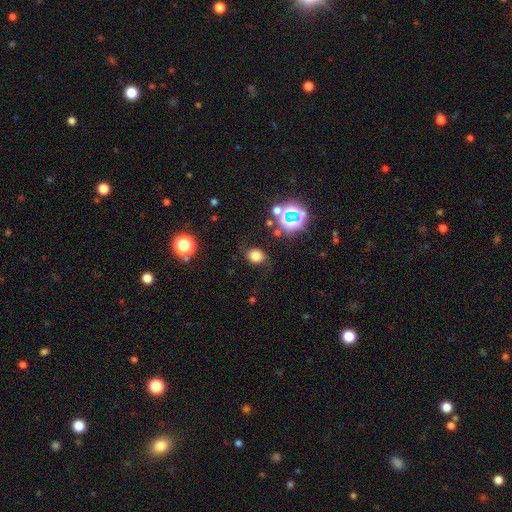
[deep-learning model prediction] smooth 70%, star or artifact 21%, featured or disk 9%. Down the decision tree: how rounded — round (69%); merging — none (77%).